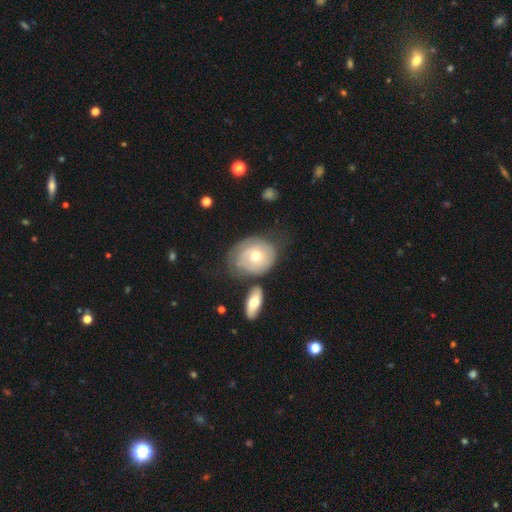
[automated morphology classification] Smooth or featured? Predicted: featured or disk (p=0.49). Merging? Predicted: none (p=0.51).